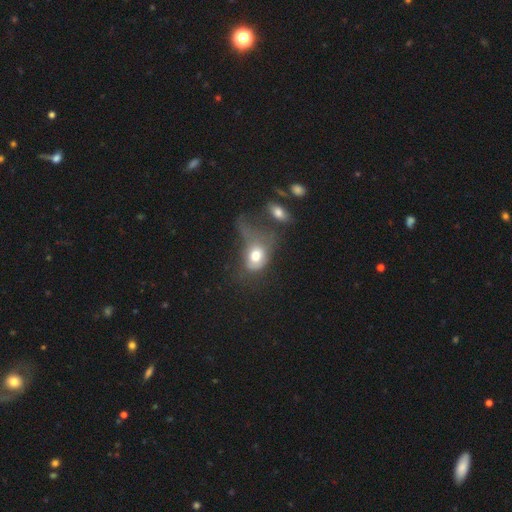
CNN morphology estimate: smooth 70%, featured or disk 21%, star or artifact 9%. Down the decision tree: how rounded — in between (67%); merging — major disturbance (49%).